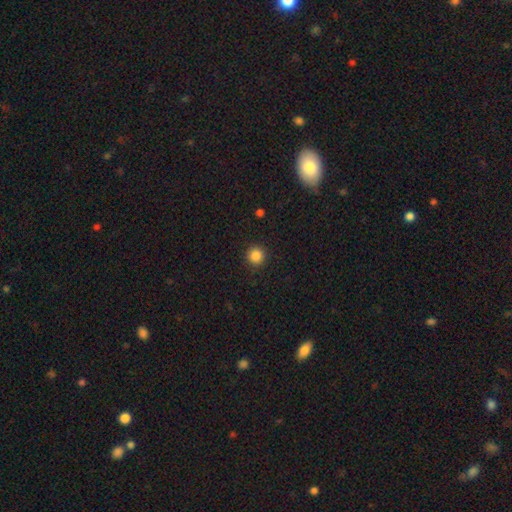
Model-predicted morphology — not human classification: smooth 86%, star or artifact 11%, featured or disk 3%. Down the decision tree: how rounded — round (95%); merging — none (92%).